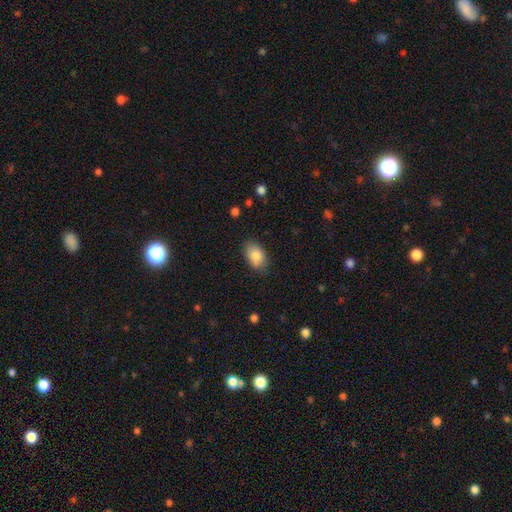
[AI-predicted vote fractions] Overall: smooth (85%). How rounded: in between (90%). Merging: none (78%).